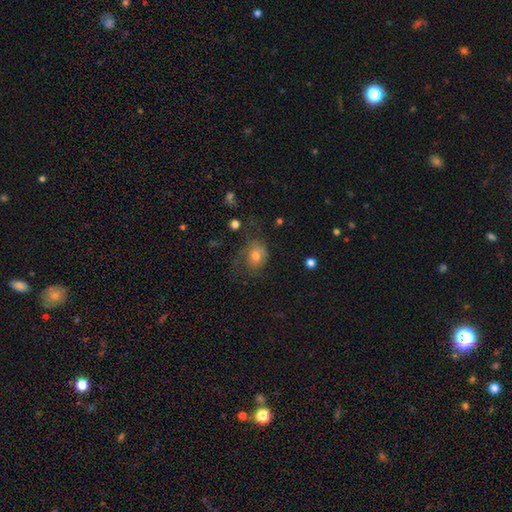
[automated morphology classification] A smooth galaxy with no disk features (68%) that is round (53%). Merging: none (39%).